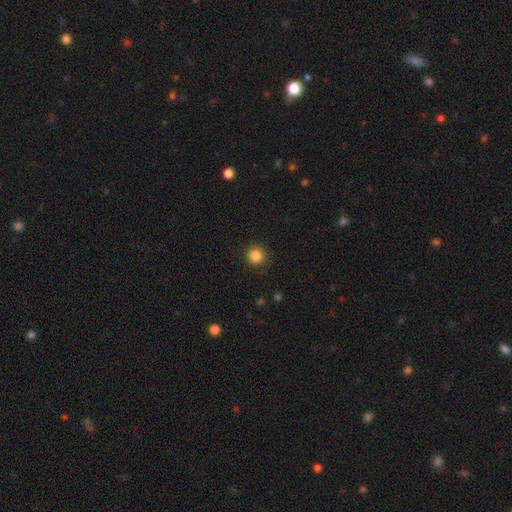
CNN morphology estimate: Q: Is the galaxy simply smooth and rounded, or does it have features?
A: smooth — 85%.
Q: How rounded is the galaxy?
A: round — 94%.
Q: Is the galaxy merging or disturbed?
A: none — 91%.